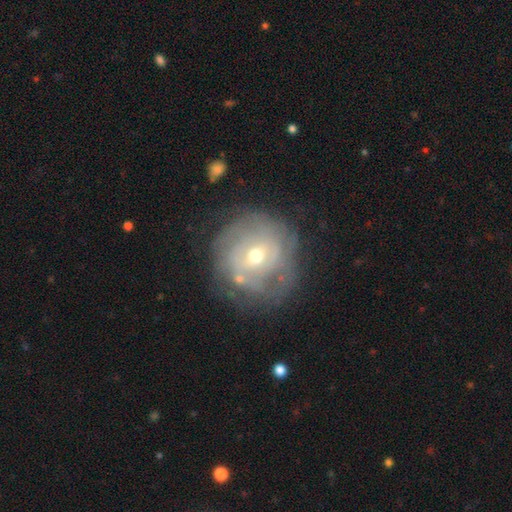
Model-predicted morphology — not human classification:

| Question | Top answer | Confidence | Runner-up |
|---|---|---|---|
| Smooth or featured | featured or disk | 64% | smooth (27%) |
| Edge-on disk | no | 96% | yes (4%) |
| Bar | no | 53% | weak (37%) |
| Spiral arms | yes | 64% | no (36%) |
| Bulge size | moderate | 53% | small (43%) |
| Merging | none | 64% | minor disturbance (21%) |